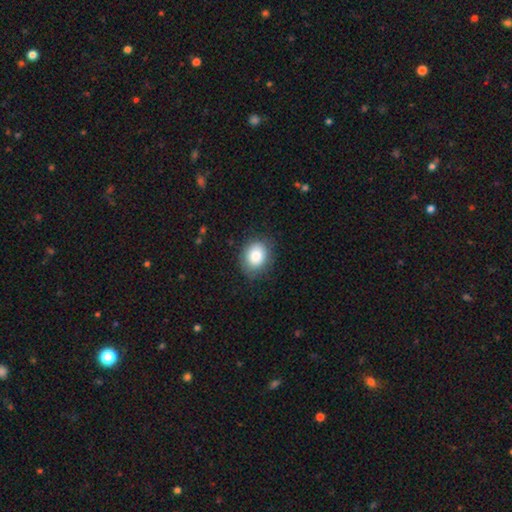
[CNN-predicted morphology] Q: Smooth or featured?
A: smooth (84%); runner-up: featured or disk (8%)
Q: How rounded?
A: in between (55%); runner-up: round (44%)
Q: Merging?
A: none (81%); runner-up: minor disturbance (14%)